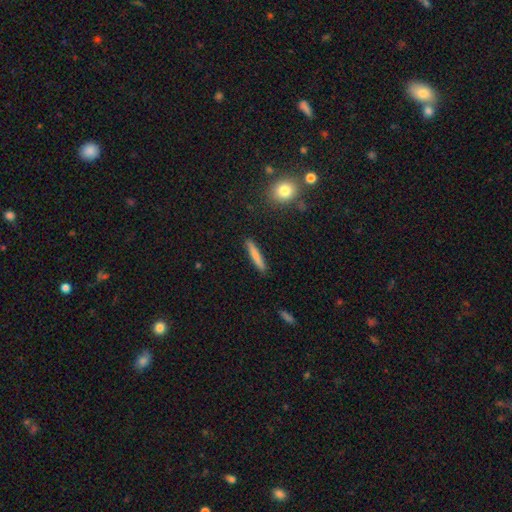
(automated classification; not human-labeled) Morphology: type=smooth (78%); roundness=cigar-shaped (93%); merging=none (90%).